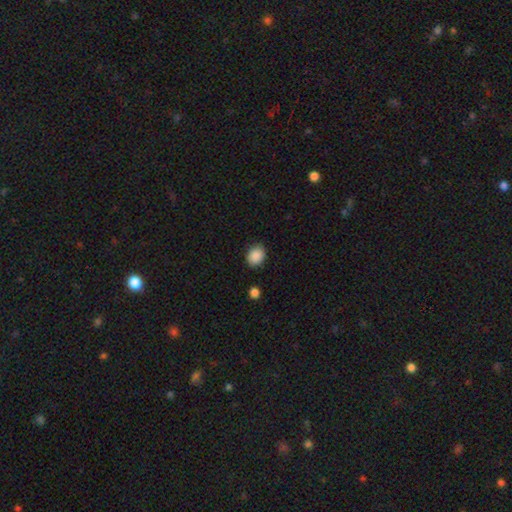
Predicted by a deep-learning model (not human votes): Morphology: type=smooth (89%); roundness=round (55%); merging=none (84%).